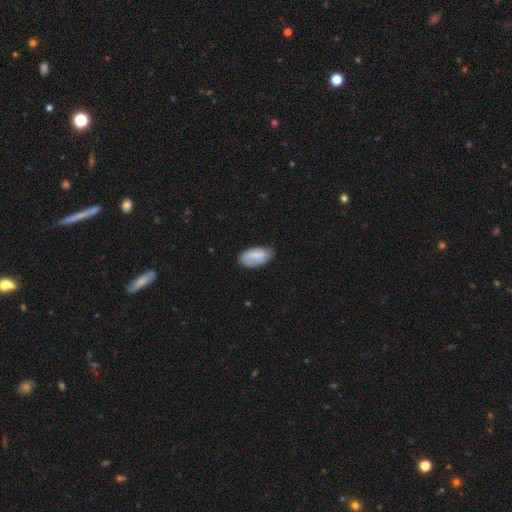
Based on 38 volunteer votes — smooth_or_featured: smooth (p=0.71) [alt: featured or disk p=0.21]
how_rounded: in between (p=0.93) [alt: round p=0.04]
merging: none (p=0.77) [alt: minor disturbance p=0.23]